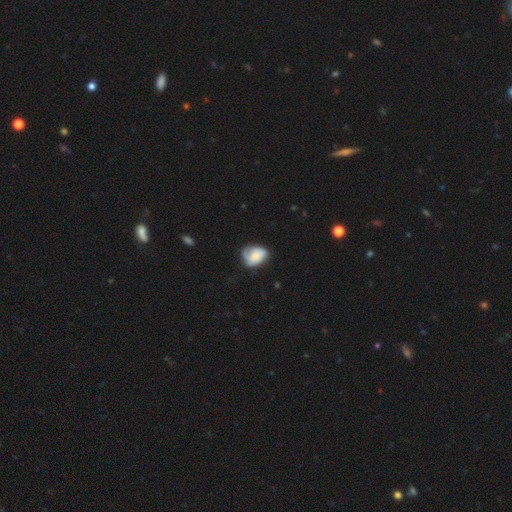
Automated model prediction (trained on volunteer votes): The model was most divided on "smooth or featured": smooth: 48%, featured or disk: 45%, star or artifact: 7%. Remaining: merging — none (48%).